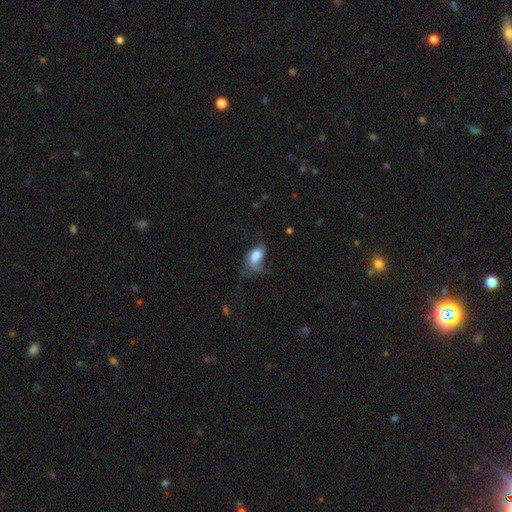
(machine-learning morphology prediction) Smooth or featured? Predicted: smooth (p=0.63). How rounded? Predicted: in between (p=0.88). Merging? Predicted: major disturbance (p=0.43).